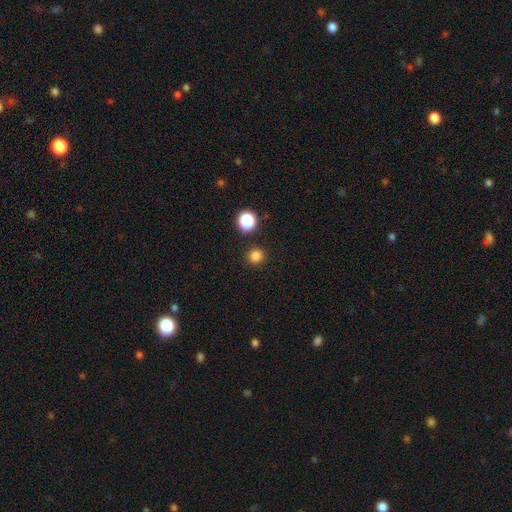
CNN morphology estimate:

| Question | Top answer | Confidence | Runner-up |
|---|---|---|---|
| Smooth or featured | smooth | 82% | star or artifact (14%) |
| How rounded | round | 94% | in between (5%) |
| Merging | none | 90% | minor disturbance (5%) |